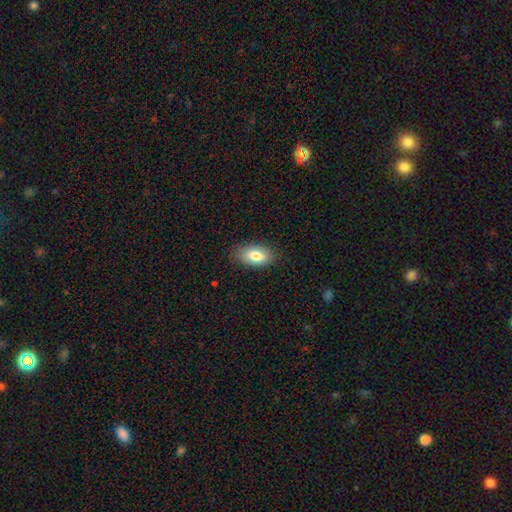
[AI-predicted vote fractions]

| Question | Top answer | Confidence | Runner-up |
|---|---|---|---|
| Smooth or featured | smooth | 79% | featured or disk (14%) |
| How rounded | in between | 91% | round (5%) |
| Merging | none | 85% | minor disturbance (11%) |